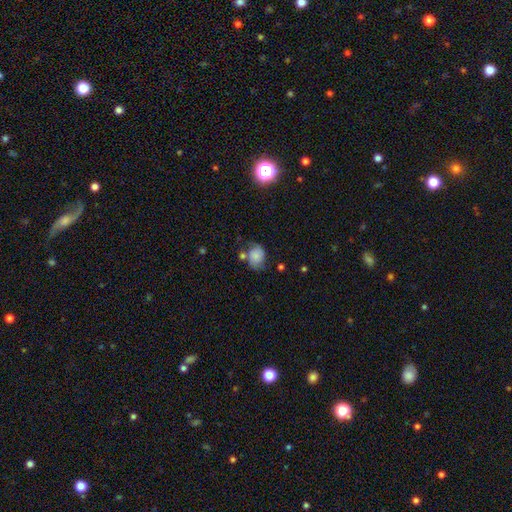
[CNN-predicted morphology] smooth 73%, featured or disk 17%, star or artifact 10%. Down the decision tree: how rounded — in between (50%); merging — none (51%).